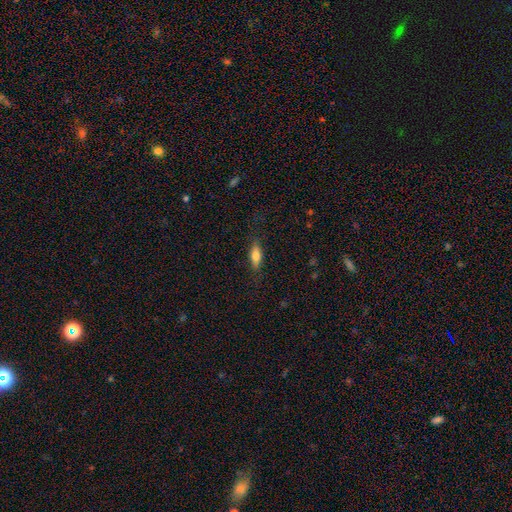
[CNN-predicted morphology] Smooth or featured?
  - smooth: 72% *
  - featured or disk: 21%
  - star or artifact: 7%
How rounded?
  - in between: 59% *
  - cigar-shaped: 38%
  - round: 3%
Merging?
  - none: 83% *
  - minor disturbance: 13%
  - major disturbance: 3%
  - merger: 1%